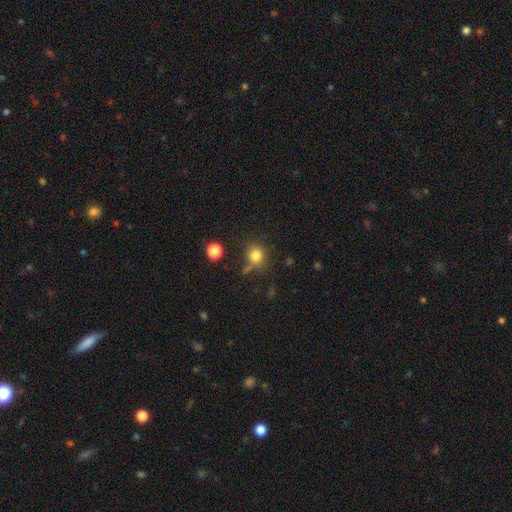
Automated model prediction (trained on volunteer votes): smooth 81%, star or artifact 13%, featured or disk 6%. Down the decision tree: how rounded — round (83%); merging — none (69%).